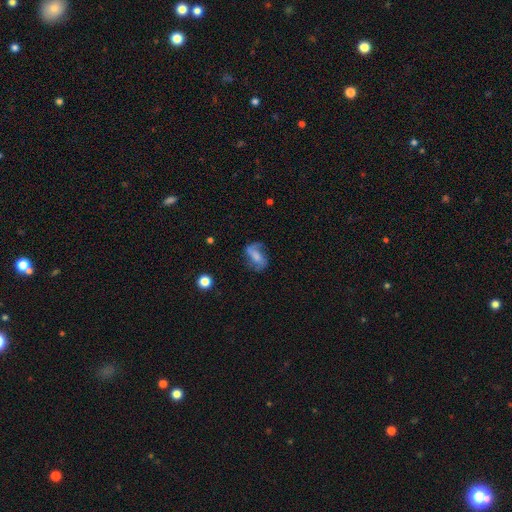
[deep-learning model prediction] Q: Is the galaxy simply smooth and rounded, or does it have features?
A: featured or disk — 53%.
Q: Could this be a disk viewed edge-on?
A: no — 91%.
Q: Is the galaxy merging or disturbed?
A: none — 56%.